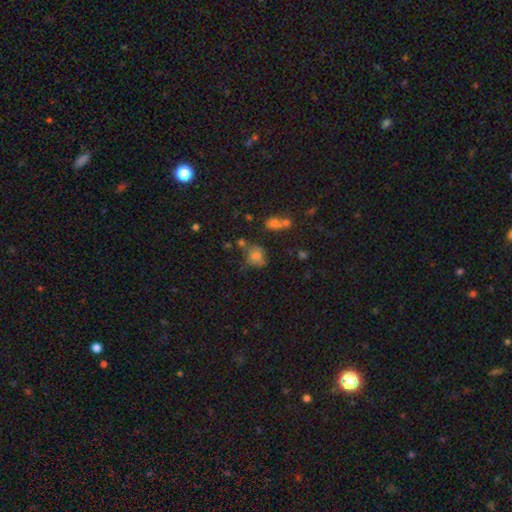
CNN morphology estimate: smooth 69%, star or artifact 16%, featured or disk 15%. Down the decision tree: how rounded — round (61%); merging — none (52%).